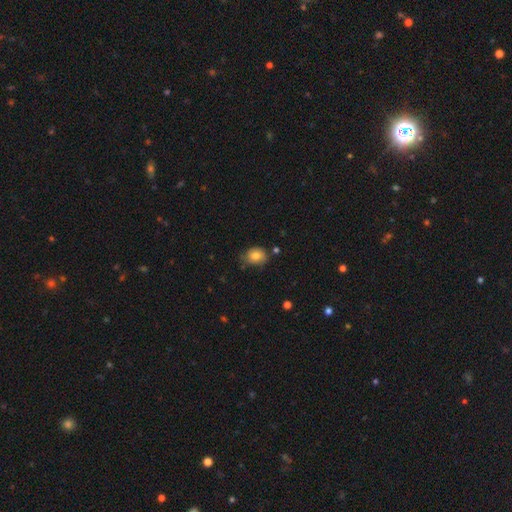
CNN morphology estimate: Smooth or featured? smooth (79%)
How rounded? round (53%)
Merging? none (66%)